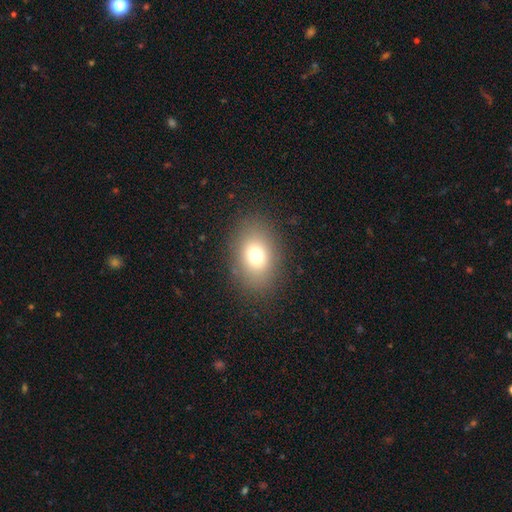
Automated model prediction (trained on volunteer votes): smooth_or_featured: smooth (p=0.74) [alt: star or artifact p=0.14]
how_rounded: in between (p=0.69) [alt: round p=0.30]
merging: none (p=0.85) [alt: minor disturbance p=0.09]